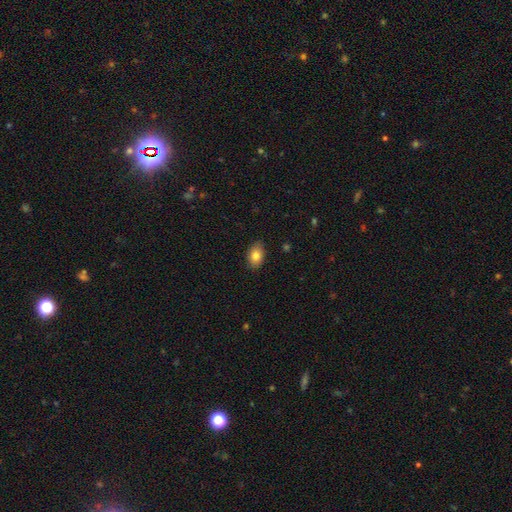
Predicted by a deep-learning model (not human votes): Morphology: type=smooth (82%); roundness=in between (86%); merging=none (87%).